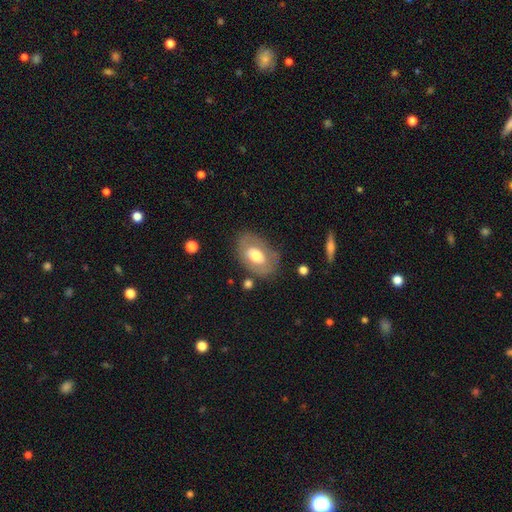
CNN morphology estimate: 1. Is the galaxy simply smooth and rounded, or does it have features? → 51% smooth, 43% featured or disk, 6% star or artifact.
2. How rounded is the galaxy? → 86% in between, 13% round, 1% cigar-shaped.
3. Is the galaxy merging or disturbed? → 72% none, 17% minor disturbance, 7% major disturbance, 3% merger.